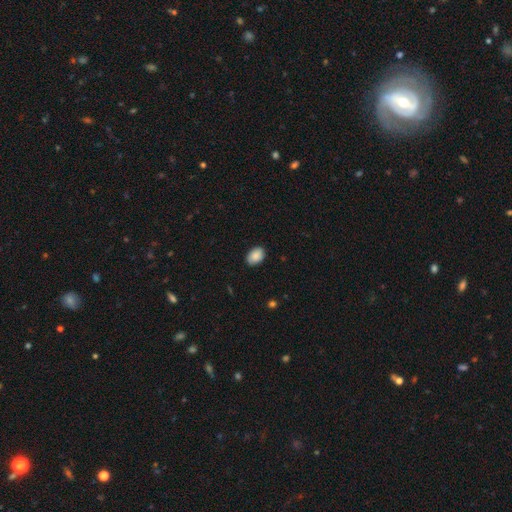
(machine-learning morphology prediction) Smooth or featured? smooth (88%)
How rounded? in between (84%)
Merging? none (87%)